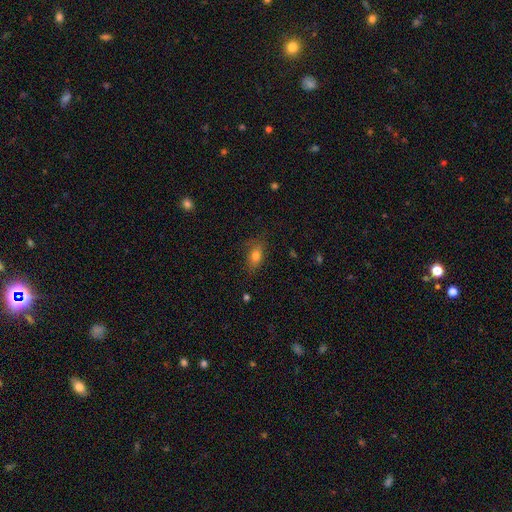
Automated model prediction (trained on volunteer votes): smooth-or-featured: smooth: 77% | featured or disk: 12% | star or artifact: 11%
  how-rounded: in between: 80% | round: 13% | cigar-shaped: 7%
  merging: none: 75% | minor disturbance: 18% | major disturbance: 5% | merger: 1%